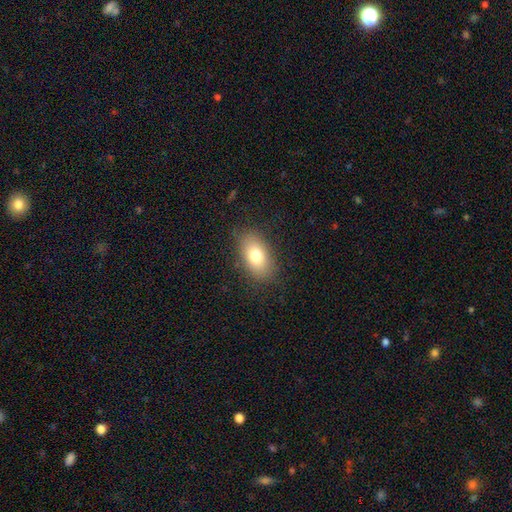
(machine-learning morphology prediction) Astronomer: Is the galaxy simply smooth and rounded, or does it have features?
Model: smooth — 76%.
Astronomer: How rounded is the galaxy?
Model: in between — 89%.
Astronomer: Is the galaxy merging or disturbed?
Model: none — 83%.